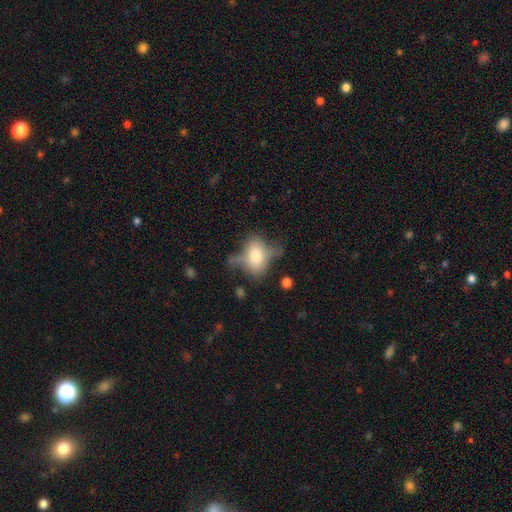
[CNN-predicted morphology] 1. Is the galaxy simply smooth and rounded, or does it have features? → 55% smooth, 36% featured or disk, 9% star or artifact.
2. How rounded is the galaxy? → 77% in between, 19% round, 4% cigar-shaped.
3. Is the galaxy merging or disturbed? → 43% none, 28% minor disturbance, 22% major disturbance, 6% merger.